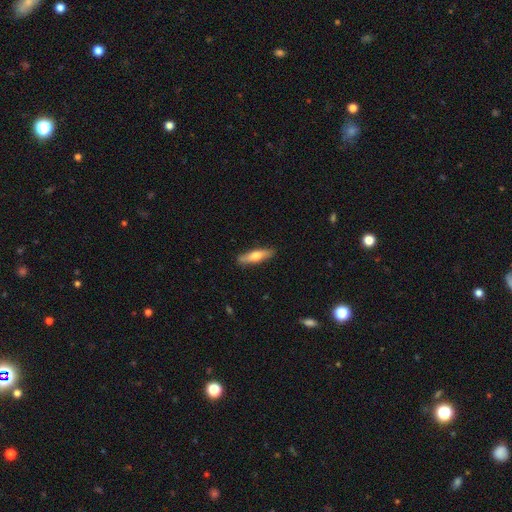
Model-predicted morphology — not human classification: This appears to be a smooth galaxy with no disk features (63%) that is cigar-shaped (72%). Merging: none (87%).